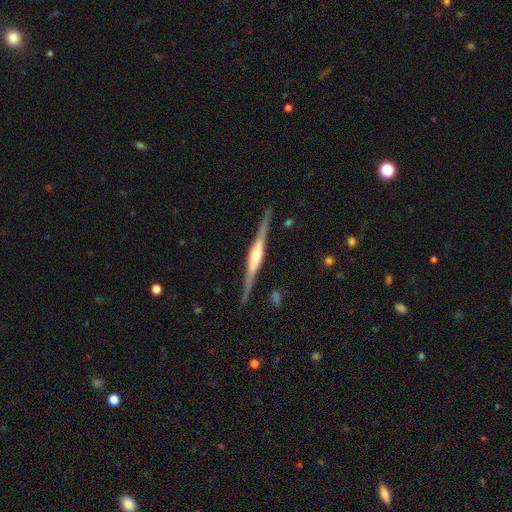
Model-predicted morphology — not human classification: Overall: featured or disk (83%). Edge-on disk: yes (98%). Edge-on bulge: rounded (77%). Merging: none (87%).